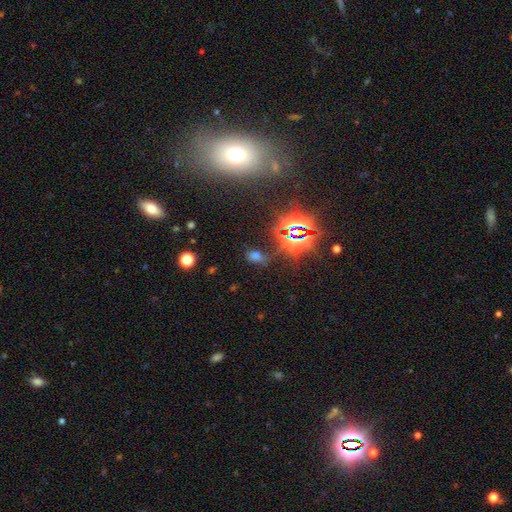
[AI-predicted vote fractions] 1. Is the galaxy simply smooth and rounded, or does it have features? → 47% star or artifact, 43% smooth, 9% featured or disk.